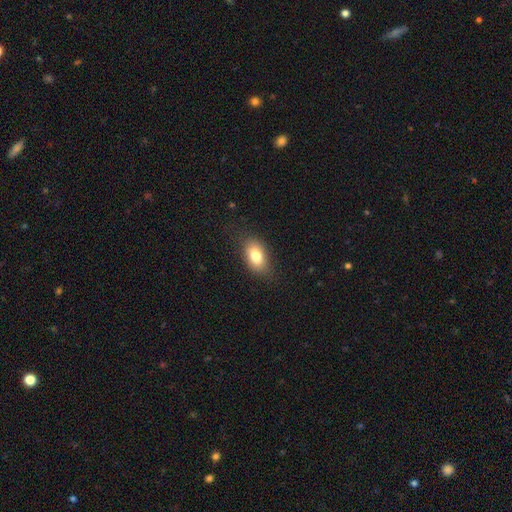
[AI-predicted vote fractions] Smooth or featured? Predicted: smooth (p=0.79). How rounded? Predicted: in between (p=0.87). Merging? Predicted: none (p=0.80).